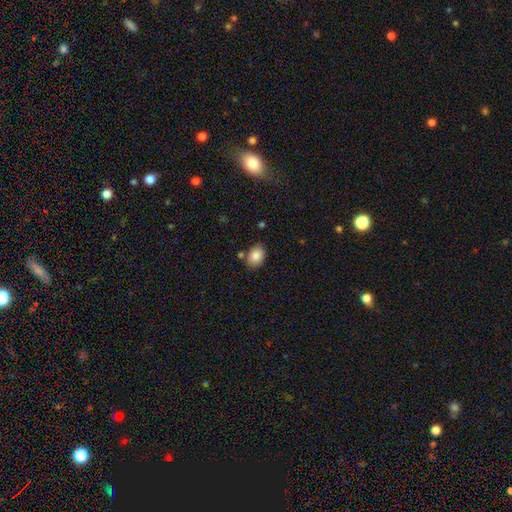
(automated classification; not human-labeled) This appears to be a smooth galaxy with no disk features (86%) that is in between round and cigar-shaped (69%). Merging: none (78%).